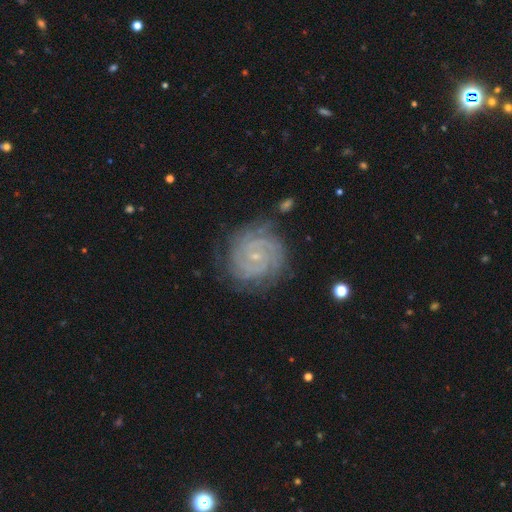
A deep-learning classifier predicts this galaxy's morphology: The model was most divided on "spiral arm count": 2: 31%, 3: 22%, can't tell: 18%, 4: 15%, more than 4: 8%, 1: 6%. More confident: spiral arms — yes (98%); edge-on disk — no (98%); smooth or featured — featured or disk (87%); bulge size — small (85%); spiral winding — tight (81%); merging — none (79%); bar — no (66%).